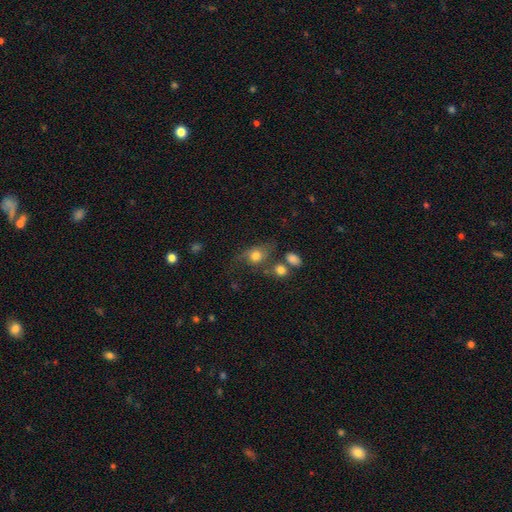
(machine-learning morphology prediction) smooth 64%, featured or disk 25%, star or artifact 11%. Down the decision tree: how rounded — round (55%); merging — none (45%).